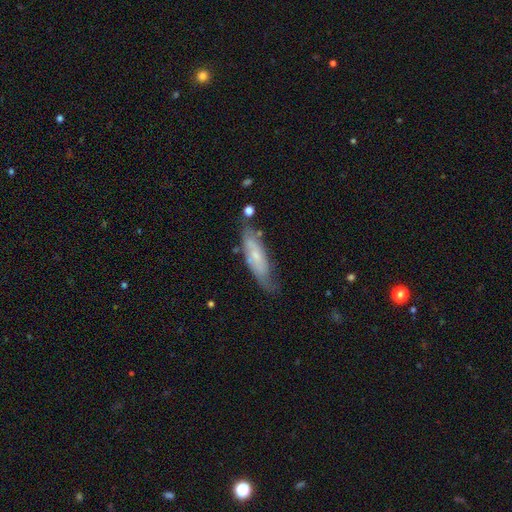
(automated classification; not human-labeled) This is possibly a featured or disk galaxy (49%). Merging: possibly none (58%).